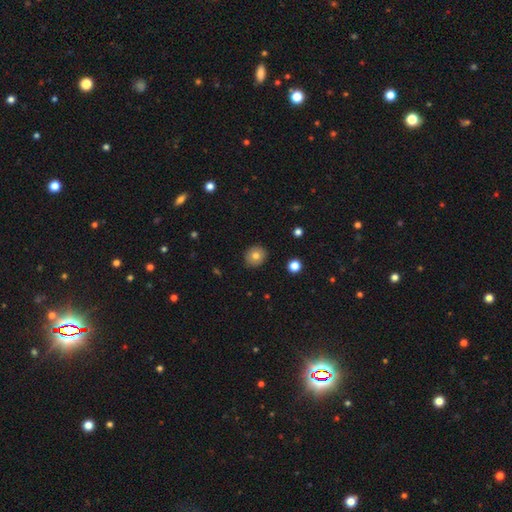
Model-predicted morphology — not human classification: A smooth galaxy with no disk features (77%) that is round (89%).

Vote fractions:
- Smooth or featured? smooth: 77% / featured or disk: 13% / star or artifact: 10%
- How rounded? round: 89% / in between: 10% / cigar-shaped: 1%
- Merging? none: 90% / minor disturbance: 7% / major disturbance: 2% / merger: 1%